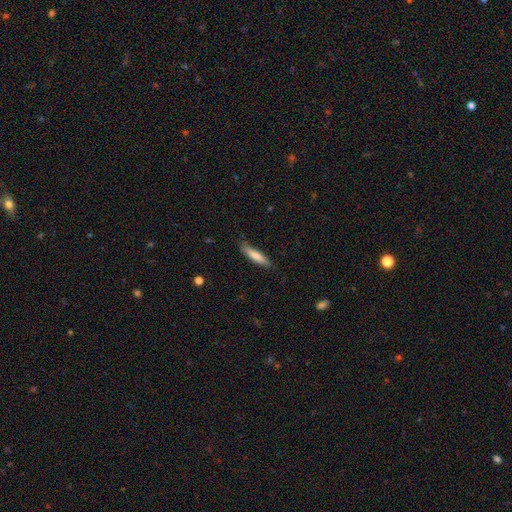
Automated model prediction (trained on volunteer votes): smooth-or-featured: smooth: 77% | featured or disk: 18% | star or artifact: 6%
  how-rounded: cigar-shaped: 81% | in between: 18% | round: 1%
  merging: none: 81% | minor disturbance: 15% | major disturbance: 3% | merger: 1%